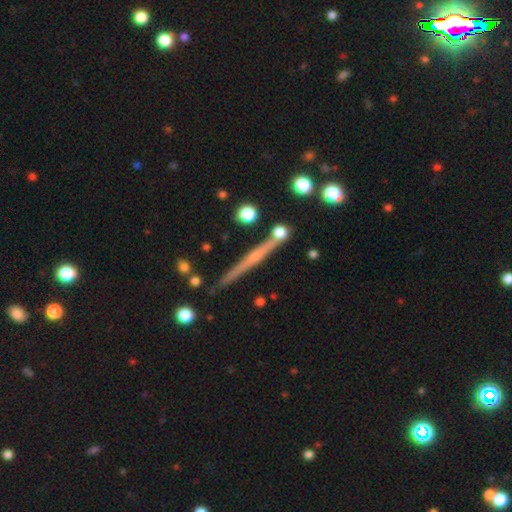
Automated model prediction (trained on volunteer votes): This appears to be a featured or disk galaxy (61%) viewed edge-on (97%) with no central bulge (66%). Merging: none (86%).